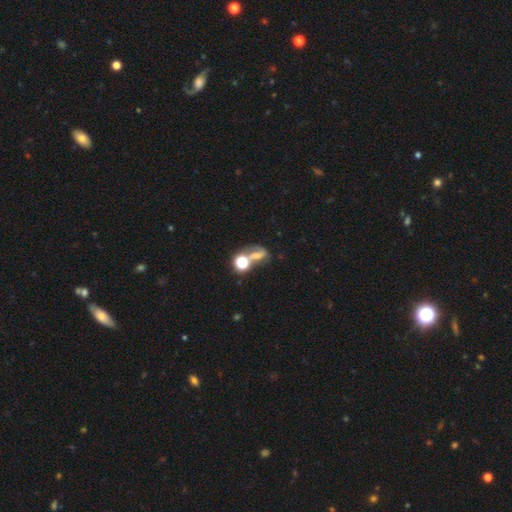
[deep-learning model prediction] Morphology: type=smooth (39%); merging=merger (40%).